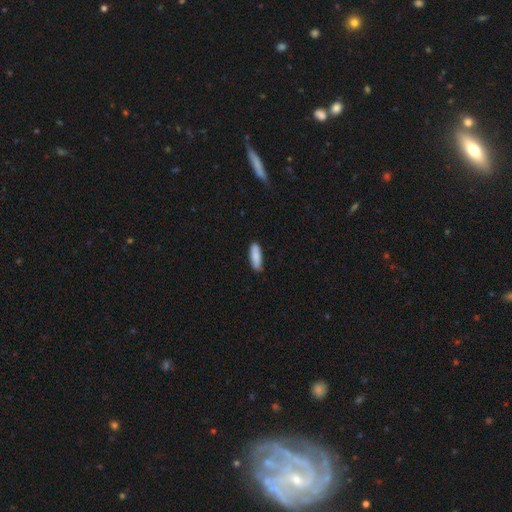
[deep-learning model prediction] smooth_or_featured: smooth (p=0.86) [alt: featured or disk p=0.09]
how_rounded: in between (p=0.51) [alt: cigar-shaped p=0.48]
merging: none (p=0.88) [alt: minor disturbance p=0.10]